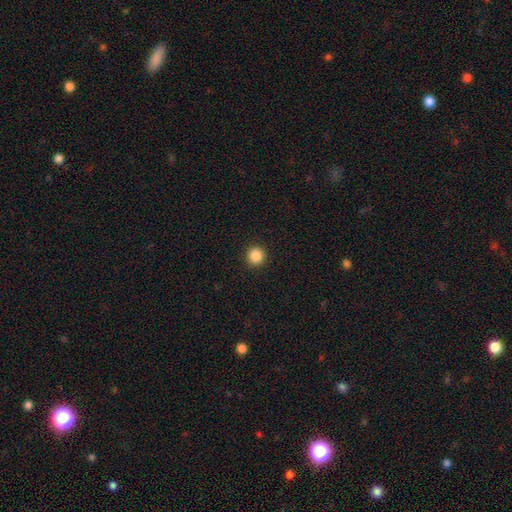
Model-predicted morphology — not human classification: The model was most divided on "smooth or featured": smooth: 86%, star or artifact: 10%, featured or disk: 3%. More confident: how rounded — round (94%); merging — none (93%).